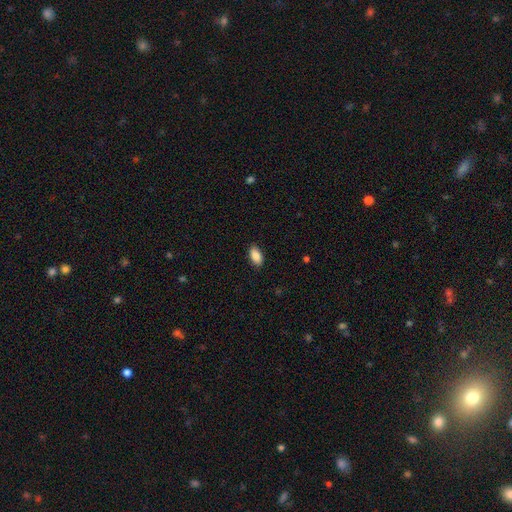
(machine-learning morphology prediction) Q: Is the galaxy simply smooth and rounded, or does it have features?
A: smooth — 88%.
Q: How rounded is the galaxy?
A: in between — 93%.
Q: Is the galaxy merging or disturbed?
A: none — 88%.